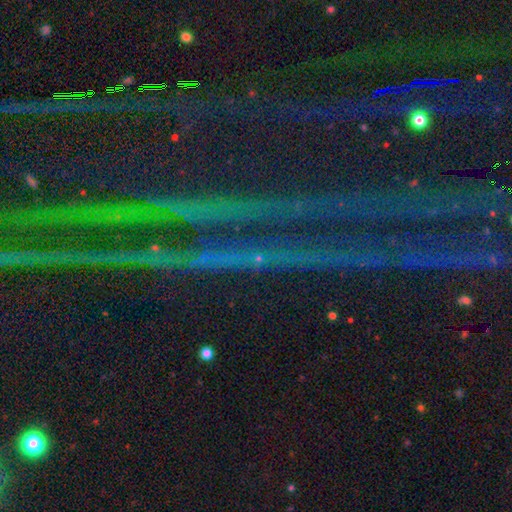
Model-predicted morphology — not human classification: Q: Smooth or featured?
A: star or artifact (81%); runner-up: featured or disk (10%)